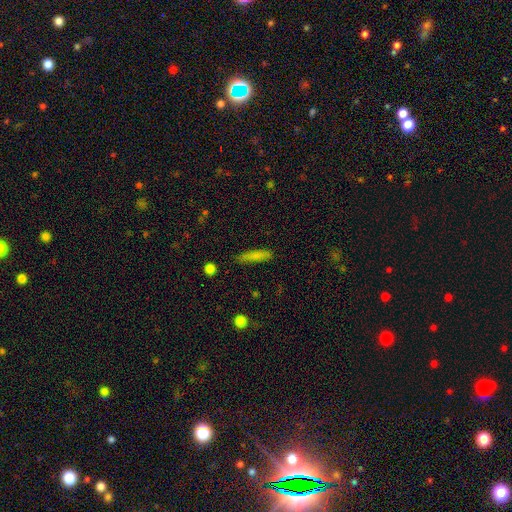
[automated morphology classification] A smooth galaxy with no disk features (79%) that is cigar-shaped (80%).

Vote fractions:
- Smooth or featured? smooth: 79% / featured or disk: 13% / star or artifact: 8%
- How rounded? cigar-shaped: 80% / in between: 19% / round: 2%
- Merging? none: 82% / minor disturbance: 14% / major disturbance: 3% / merger: 2%